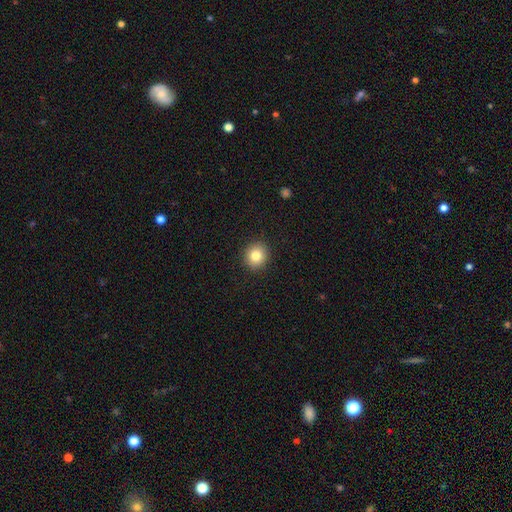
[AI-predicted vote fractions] Overall: smooth (82%). How rounded: round (84%). Merging: none (91%).